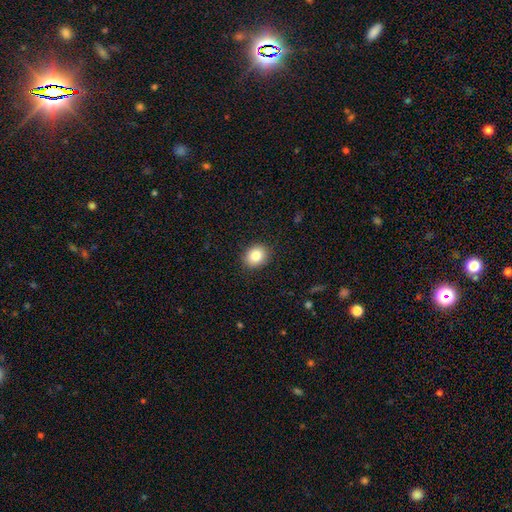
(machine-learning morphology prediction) Smooth or featured: smooth — 84% (star or artifact — 9%)
How rounded: round — 62% (in between — 37%)
Merging: none — 90% (minor disturbance — 7%)